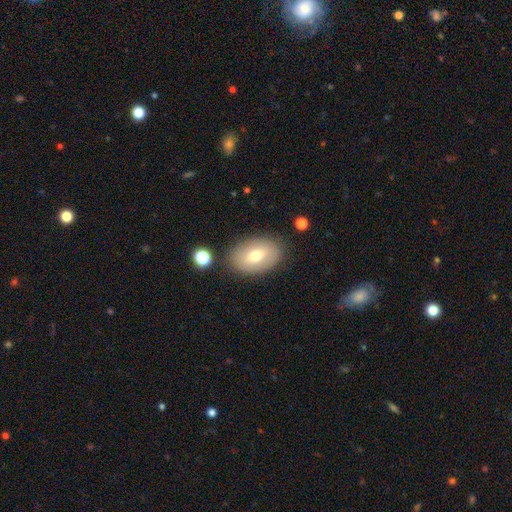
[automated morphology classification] smooth 66%, featured or disk 26%, star or artifact 8%. Down the decision tree: how rounded — in between (87%); merging — none (81%).